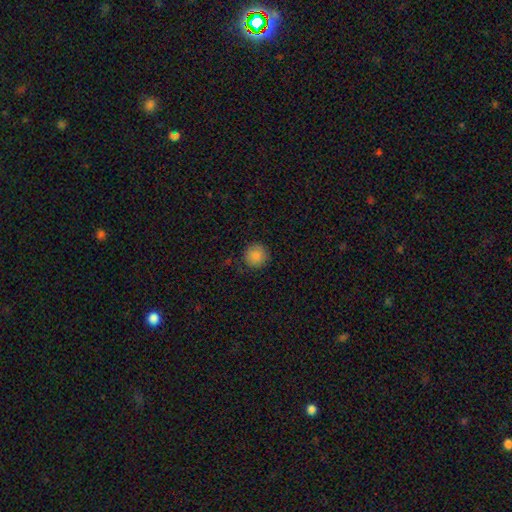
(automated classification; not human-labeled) Smooth or featured? smooth (87%)
How rounded? round (94%)
Merging? none (88%)